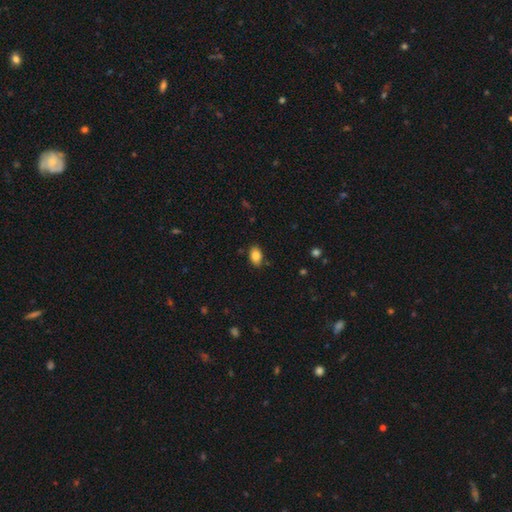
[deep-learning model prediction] Smooth or featured? Predicted: smooth (p=0.85). How rounded? Predicted: in between (p=0.87). Merging? Predicted: none (p=0.85).